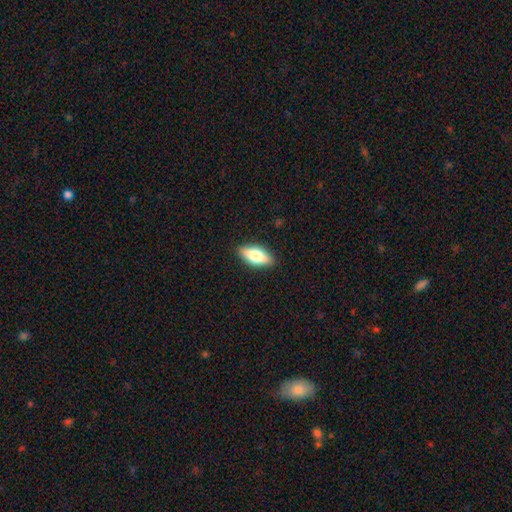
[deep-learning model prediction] Smooth or featured? Predicted: smooth (p=0.69). How rounded? Predicted: in between (p=0.79). Merging? Predicted: none (p=0.88).